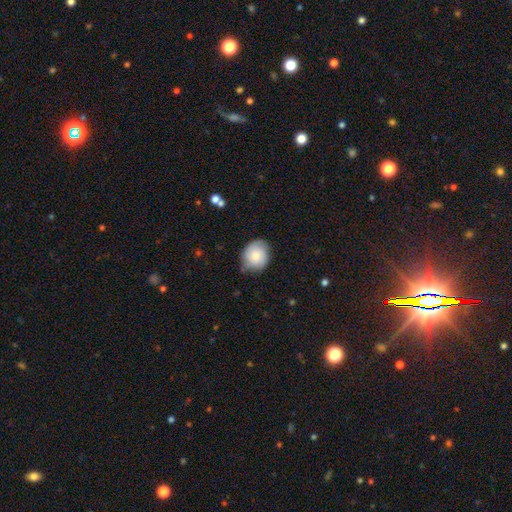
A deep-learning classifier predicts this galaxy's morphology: Smooth or featured? smooth (79%)
How rounded? round (66%)
Merging? none (69%)